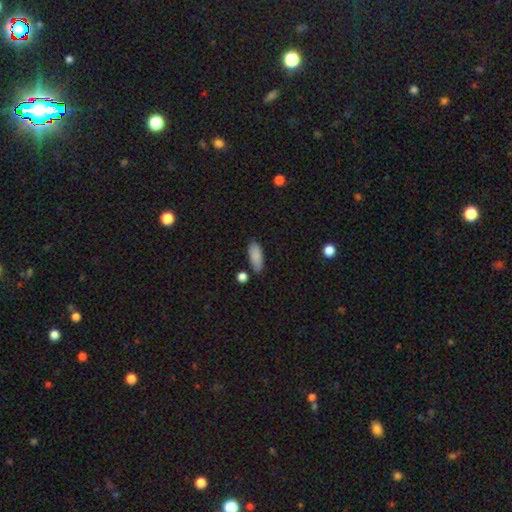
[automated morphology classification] Overall: smooth (87%). How rounded: in between (80%). Merging: none (74%).